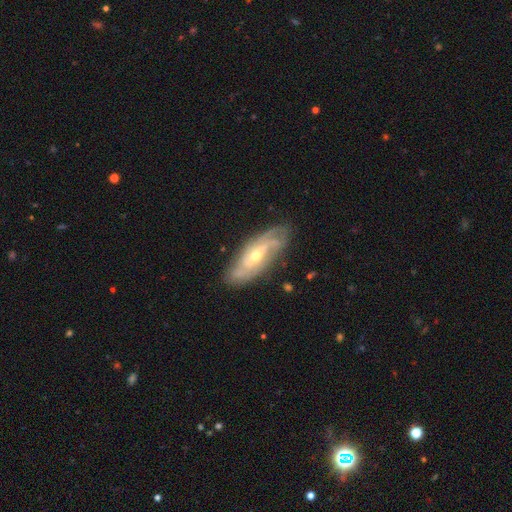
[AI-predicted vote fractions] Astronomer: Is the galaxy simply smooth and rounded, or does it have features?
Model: featured or disk — 84%.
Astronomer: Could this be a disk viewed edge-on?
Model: no — 87%.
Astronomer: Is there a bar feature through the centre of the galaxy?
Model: no — 50% (runner-up: weak, 36%).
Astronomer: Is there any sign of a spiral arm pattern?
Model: yes — 94%.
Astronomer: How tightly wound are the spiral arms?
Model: tight — 52% (runner-up: medium, 36%).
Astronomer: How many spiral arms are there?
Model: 2 — 36% (runner-up: can't tell, 29%).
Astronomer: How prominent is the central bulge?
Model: moderate — 51% (runner-up: small, 45%).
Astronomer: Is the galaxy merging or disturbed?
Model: none — 77%.